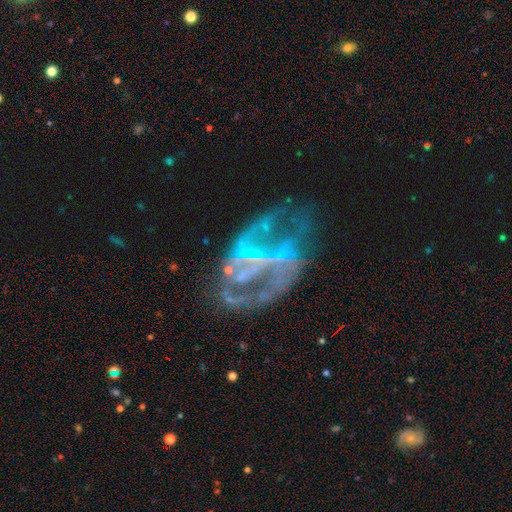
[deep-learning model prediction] The model was most divided on "spiral arms" (2-way tie): yes: 50%, no: 50%. Remaining: edge-on disk — no (97%); smooth or featured — featured or disk (77%); bulge size — none (72%); bar — no (49%); merging — none (44%).